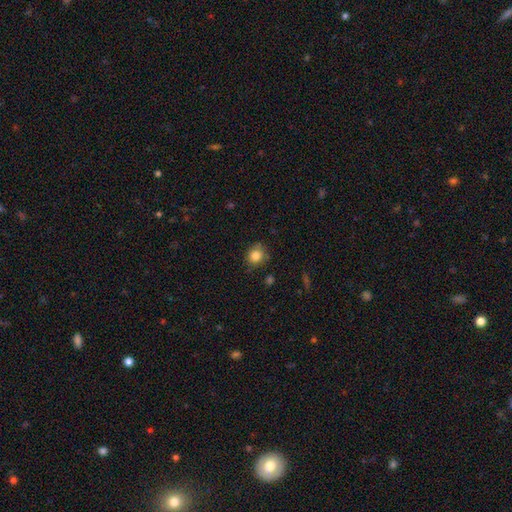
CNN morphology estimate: Smooth or featured?
  - smooth: 83% *
  - star or artifact: 10%
  - featured or disk: 7%
How rounded?
  - round: 79% *
  - in between: 20%
  - cigar-shaped: 1%
Merging?
  - none: 76% *
  - minor disturbance: 18%
  - major disturbance: 4%
  - merger: 2%